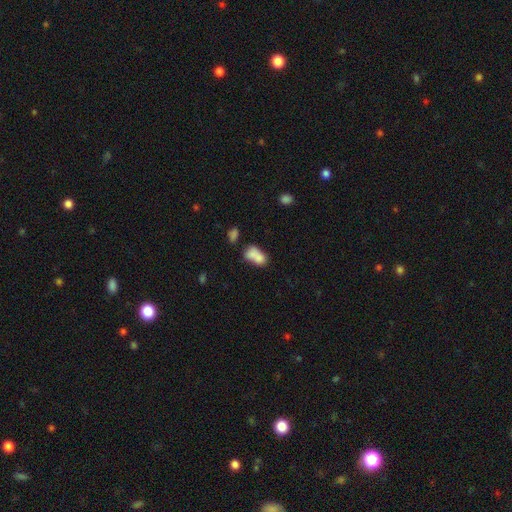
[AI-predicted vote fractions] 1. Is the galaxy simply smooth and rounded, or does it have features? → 75% smooth, 16% featured or disk, 9% star or artifact.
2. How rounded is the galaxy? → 79% in between, 18% round, 3% cigar-shaped.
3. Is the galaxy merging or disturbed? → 60% merger, 22% none, 11% minor disturbance, 7% major disturbance.